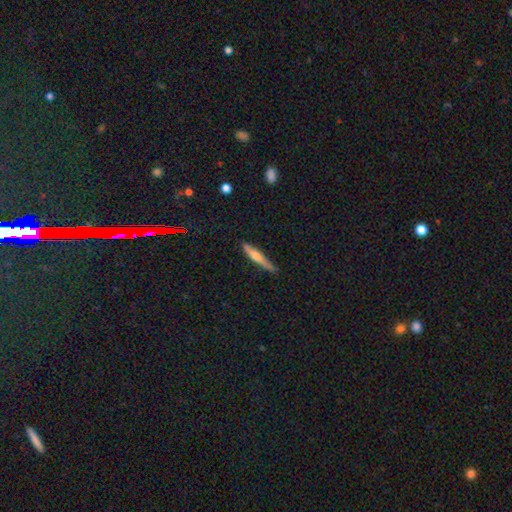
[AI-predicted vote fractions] Q: Smooth or featured?
A: featured or disk (48%); runner-up: smooth (45%)
Q: Merging?
A: none (82%); runner-up: minor disturbance (14%)